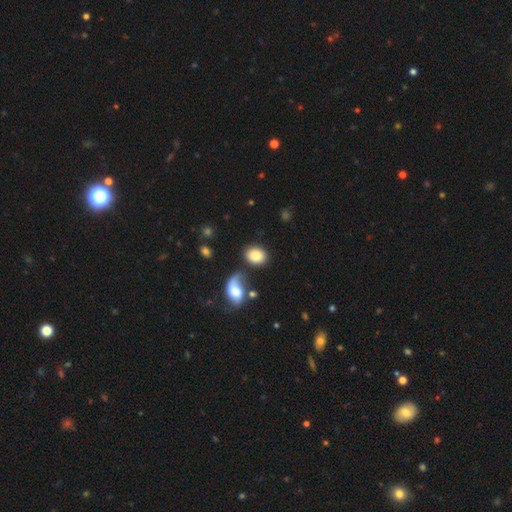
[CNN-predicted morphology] type=smooth (80%); roundness=in between (59%); merging=none (62%).